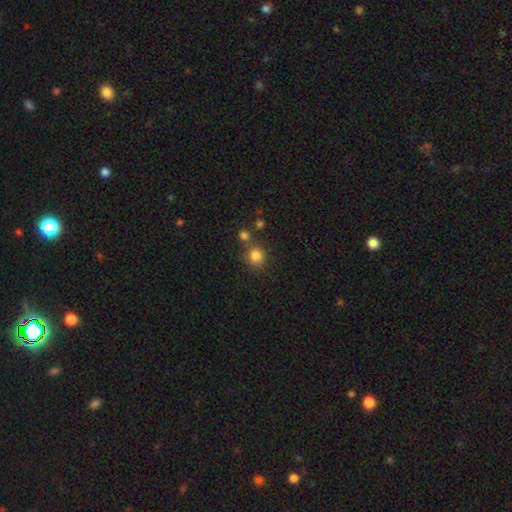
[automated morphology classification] Smooth or featured?
  - smooth: 83% *
  - star or artifact: 12%
  - featured or disk: 6%
How rounded?
  - round: 82% *
  - in between: 17%
  - cigar-shaped: 1%
Merging?
  - none: 69% *
  - merger: 16%
  - minor disturbance: 11%
  - major disturbance: 4%